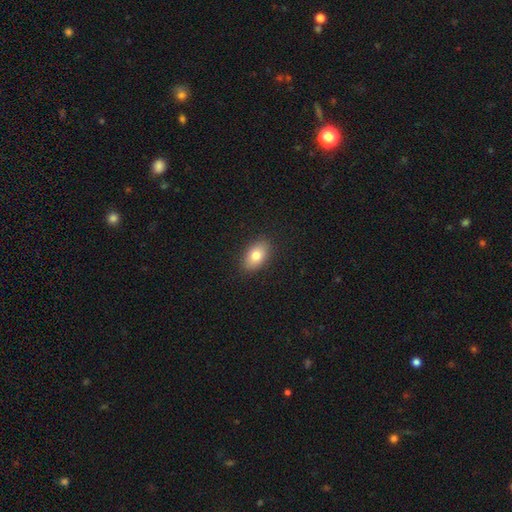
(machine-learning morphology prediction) type=smooth (80%); roundness=in between (90%); merging=none (88%).